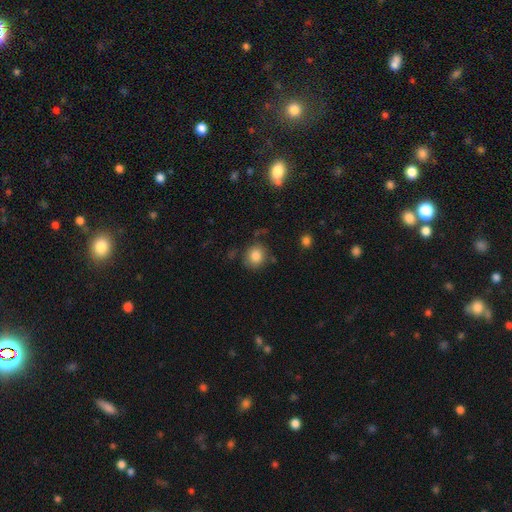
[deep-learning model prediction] Smooth or featured?
  - smooth: 83% *
  - star or artifact: 10%
  - featured or disk: 7%
How rounded?
  - round: 79% *
  - in between: 20%
  - cigar-shaped: 1%
Merging?
  - none: 78% *
  - minor disturbance: 14%
  - major disturbance: 4%
  - merger: 4%